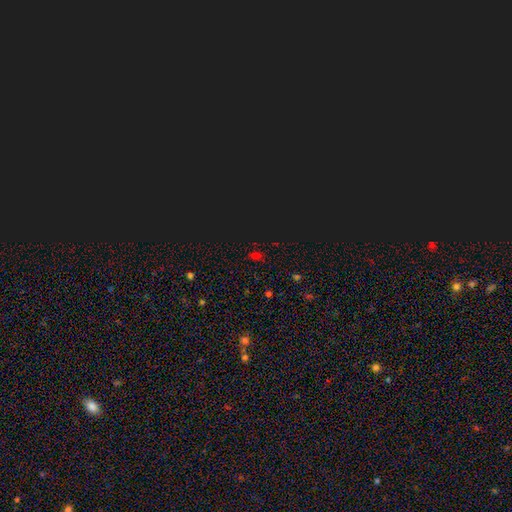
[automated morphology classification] star or artifact 53%, smooth 40%, featured or disk 7%.